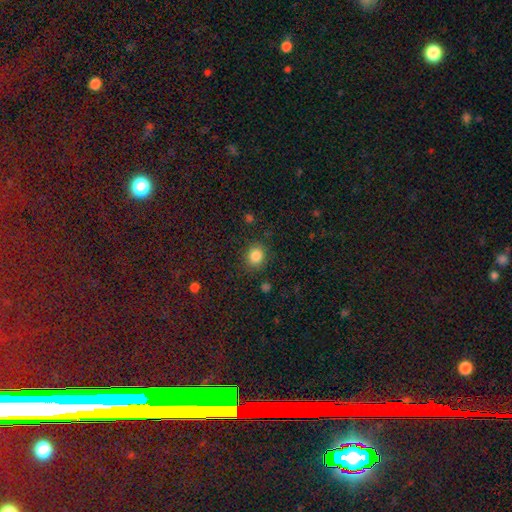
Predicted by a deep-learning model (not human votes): smooth-or-featured: smooth: 84% | star or artifact: 11% | featured or disk: 5%
  how-rounded: round: 75% | in between: 24% | cigar-shaped: 1%
  merging: none: 85% | minor disturbance: 10% | major disturbance: 4% | merger: 2%